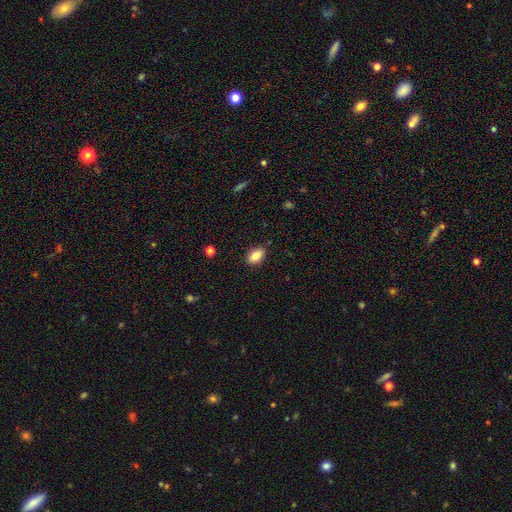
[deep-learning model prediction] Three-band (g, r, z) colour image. It shows a smooth galaxy with no disk features (85%) that is in between round and cigar-shaped (86%). Merging: none (86%).